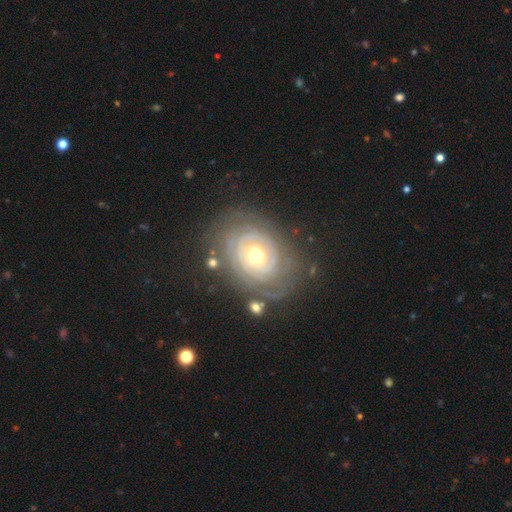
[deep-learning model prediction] Smooth or featured? Predicted: featured or disk (p=0.82). Edge-on disk? Predicted: no (p=0.96). Bar? Predicted: no (p=0.83). Spiral arms? Predicted: yes (p=0.86). Spiral winding? Predicted: tight (p=0.83). Spiral arm count? Predicted: can't tell (p=0.42). Bulge size? Predicted: moderate (p=0.61). Merging? Predicted: none (p=0.71).